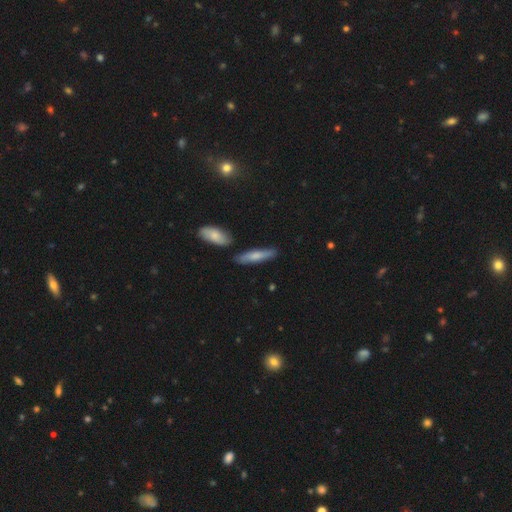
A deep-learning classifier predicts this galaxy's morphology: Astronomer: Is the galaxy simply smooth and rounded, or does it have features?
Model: smooth — 67%.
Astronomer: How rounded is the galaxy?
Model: cigar-shaped — 78%.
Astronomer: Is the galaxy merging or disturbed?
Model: none — 79%.